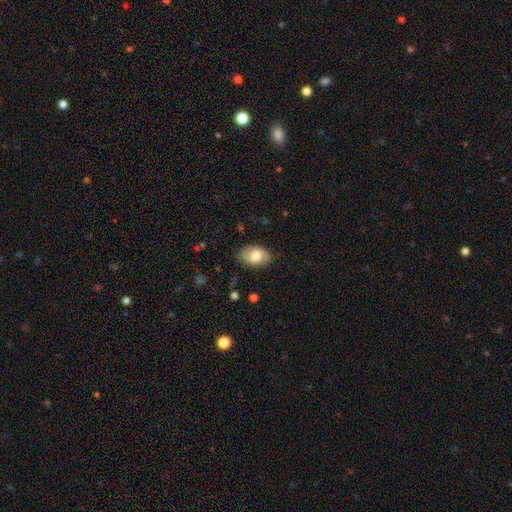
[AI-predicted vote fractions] Smooth or featured? smooth (73%)
How rounded? in between (88%)
Merging? none (80%)